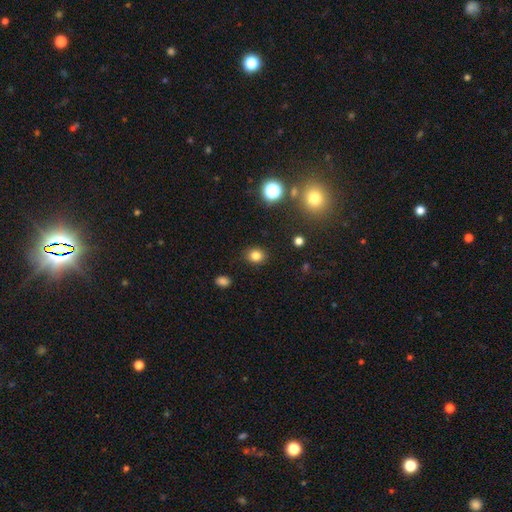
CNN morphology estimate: A smooth galaxy with no disk features (81%) that is round (66%). Merging: none (89%).